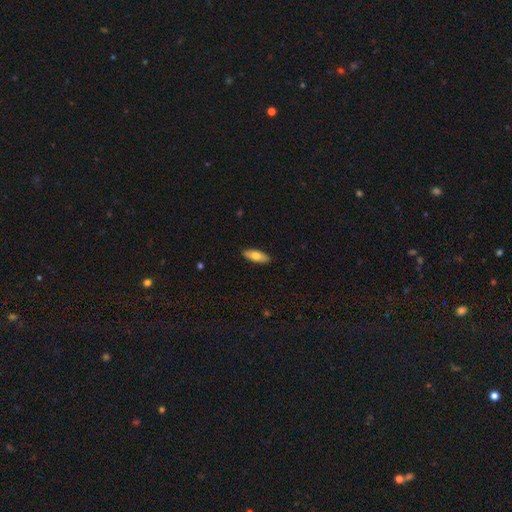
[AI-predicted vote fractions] Overall: smooth (73%). How rounded: in between (73%). Merging: none (89%).